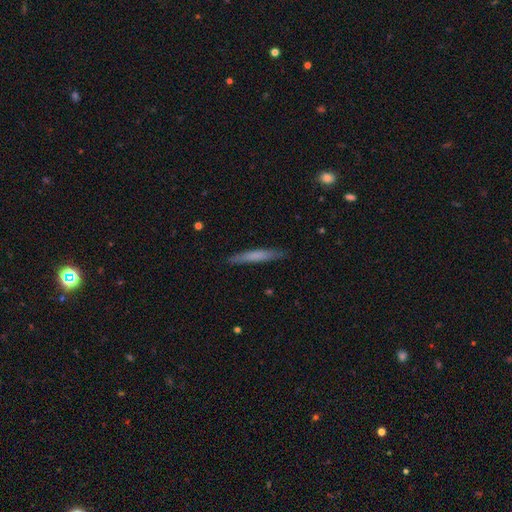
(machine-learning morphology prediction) Smooth or featured?
  - smooth: 64% *
  - featured or disk: 30%
  - star or artifact: 6%
How rounded?
  - cigar-shaped: 95% *
  - in between: 4%
  - round: 1%
Merging?
  - none: 88% *
  - minor disturbance: 9%
  - major disturbance: 2%
  - merger: 1%